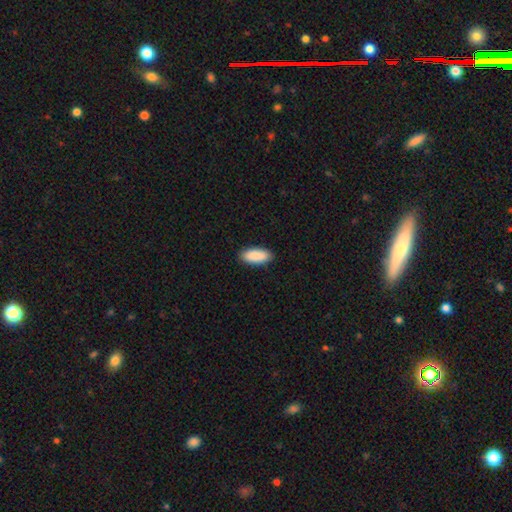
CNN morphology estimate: This is clearly a smooth galaxy (91%). How rounded: clearly in between (83%). Merging: clearly none (89%).